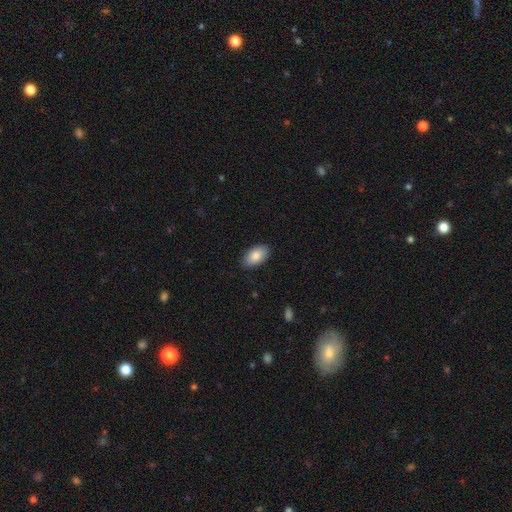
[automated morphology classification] This is clearly a smooth galaxy (85%). How rounded: clearly in between (94%). Merging: clearly none (88%).